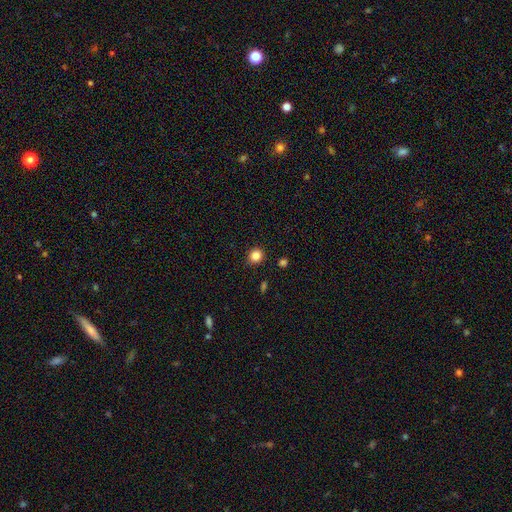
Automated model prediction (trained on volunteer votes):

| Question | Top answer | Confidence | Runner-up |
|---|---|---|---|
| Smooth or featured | smooth | 84% | star or artifact (12%) |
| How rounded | round | 87% | in between (12%) |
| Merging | none | 89% | minor disturbance (7%) |